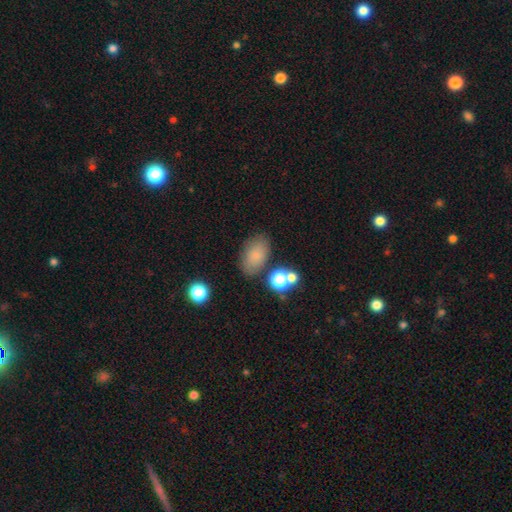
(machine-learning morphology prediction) Smooth or featured? smooth (80%)
How rounded? in between (89%)
Merging? none (74%)